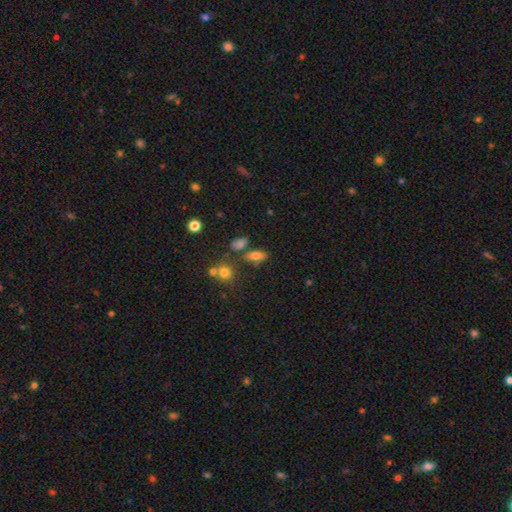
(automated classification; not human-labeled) This appears to be a smooth galaxy with no disk features (75%) that is in between round and cigar-shaped (78%). Merging: none (66%).